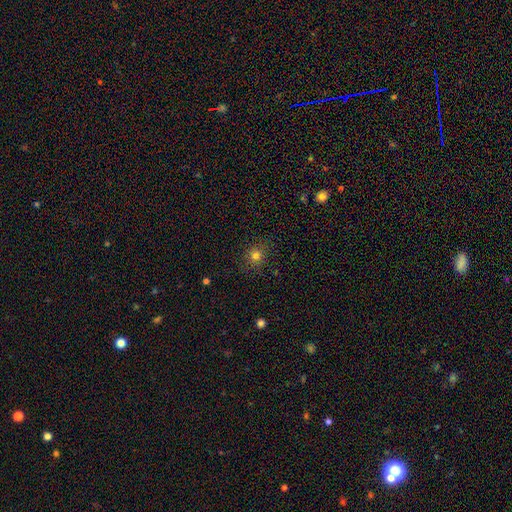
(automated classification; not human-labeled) A smooth galaxy with no disk features (77%) that is round (82%). Merging: none (86%).